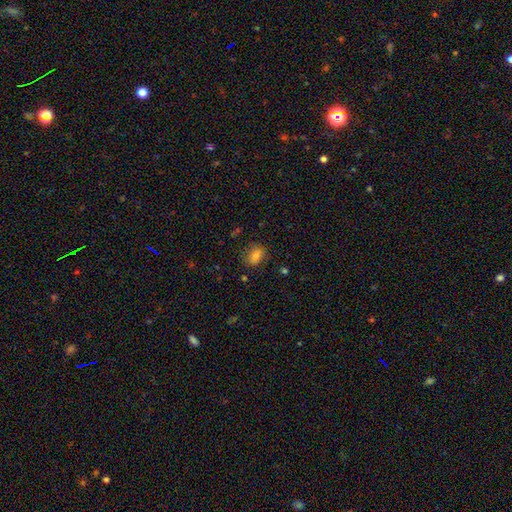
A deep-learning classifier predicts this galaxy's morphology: smooth 73%, featured or disk 14%, star or artifact 13%. Down the decision tree: how rounded — in between (58%); merging — none (76%).